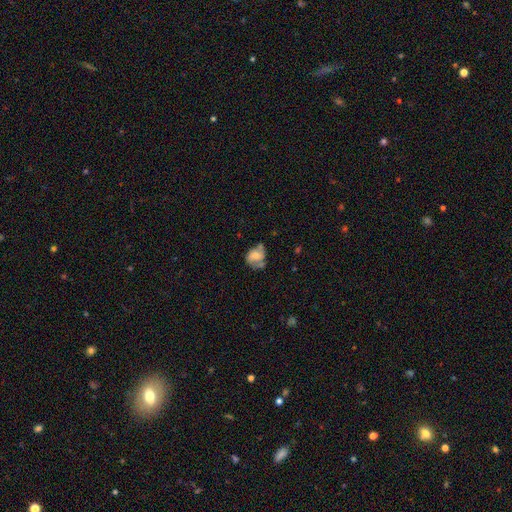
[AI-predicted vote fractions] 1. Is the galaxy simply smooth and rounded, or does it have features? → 52% smooth, 39% featured or disk, 9% star or artifact.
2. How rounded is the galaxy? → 58% round, 40% in between, 1% cigar-shaped.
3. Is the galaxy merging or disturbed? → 41% none, 27% minor disturbance, 18% major disturbance, 14% merger.